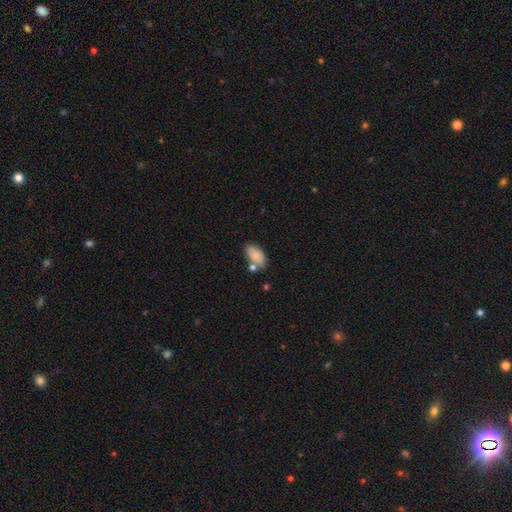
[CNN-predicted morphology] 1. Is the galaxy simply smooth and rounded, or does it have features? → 83% smooth, 9% featured or disk, 8% star or artifact.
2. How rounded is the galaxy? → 92% in between, 4% round, 4% cigar-shaped.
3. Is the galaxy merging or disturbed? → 57% none, 19% minor disturbance, 18% merger, 6% major disturbance.